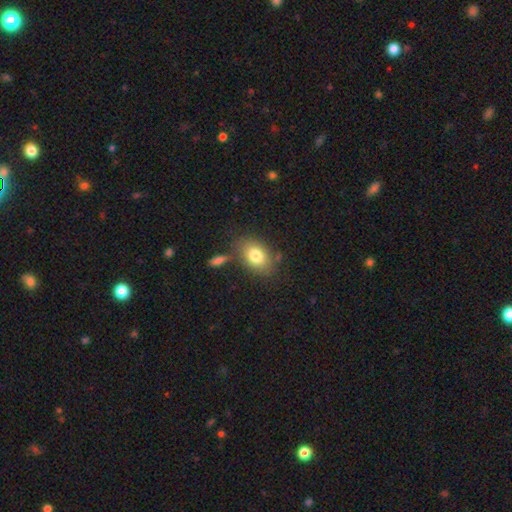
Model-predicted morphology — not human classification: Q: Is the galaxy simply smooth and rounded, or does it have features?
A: smooth — 78%.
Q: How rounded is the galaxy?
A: in between — 79%.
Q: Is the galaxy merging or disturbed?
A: none — 72%.